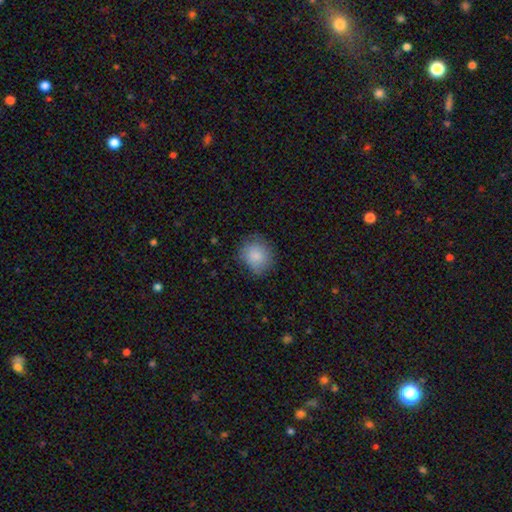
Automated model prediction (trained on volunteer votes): smooth 85%, featured or disk 8%, star or artifact 8%. Down the decision tree: how rounded — round (76%); merging — none (70%).